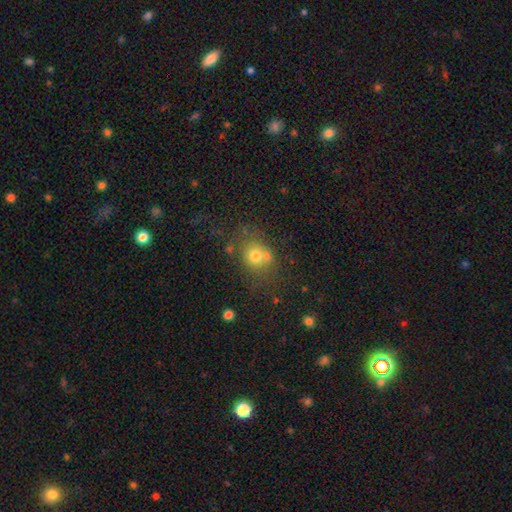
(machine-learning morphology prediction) Smooth or featured? smooth (69%)
How rounded? round (72%)
Merging? none (57%)